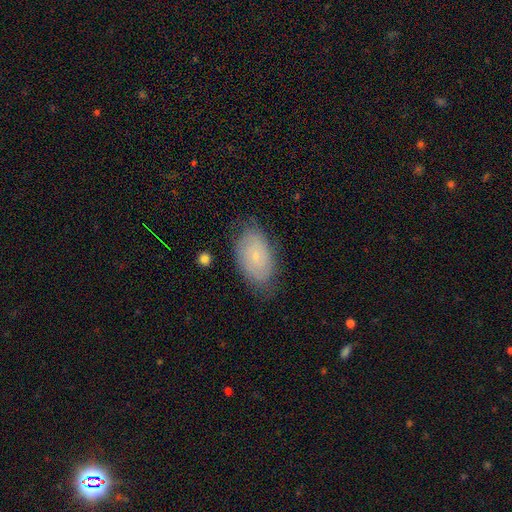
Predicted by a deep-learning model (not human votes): Q: Smooth or featured?
A: featured or disk (48%); runner-up: smooth (44%)
Q: Merging?
A: none (74%); runner-up: minor disturbance (19%)